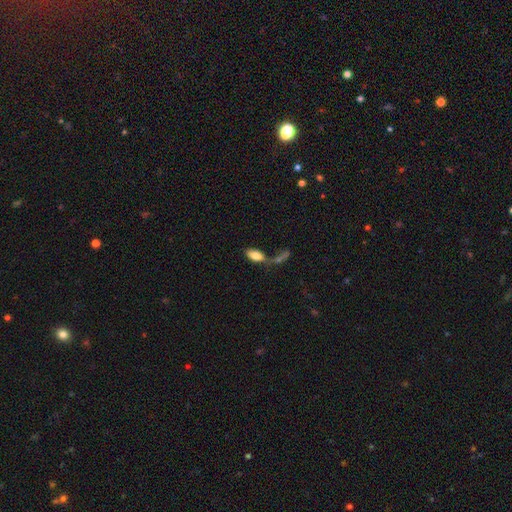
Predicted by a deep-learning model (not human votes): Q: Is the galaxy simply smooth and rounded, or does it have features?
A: smooth — 79%.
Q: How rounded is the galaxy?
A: in between — 89%.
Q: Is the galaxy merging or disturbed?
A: merger — 39%.